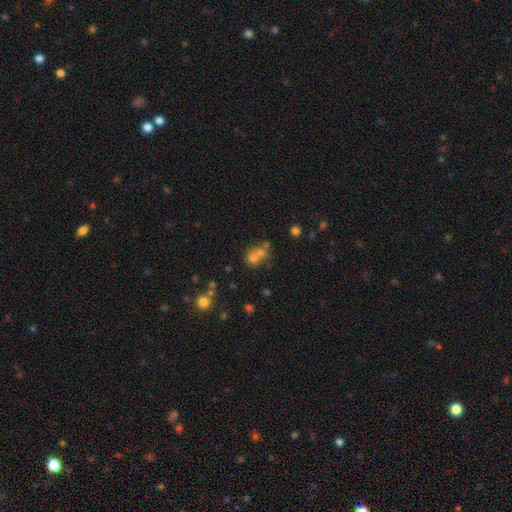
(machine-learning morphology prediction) A smooth galaxy with no disk features (66%) that is round (76%).

Vote fractions:
- Smooth or featured? smooth: 66% / featured or disk: 17% / star or artifact: 17%
- How rounded? round: 76% / in between: 23% / cigar-shaped: 1%
- Merging? merger: 49% / none: 38% / minor disturbance: 8% / major disturbance: 5%